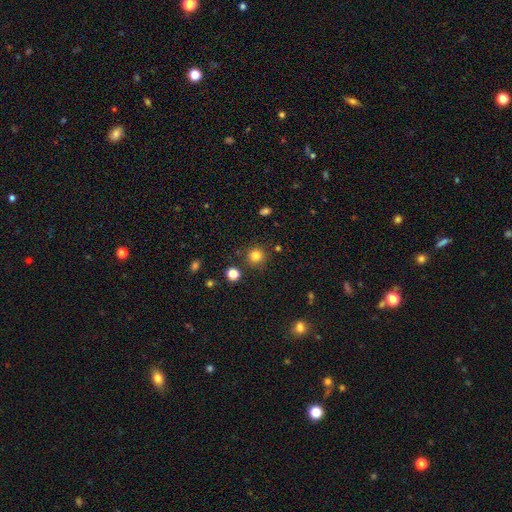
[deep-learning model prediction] smooth-or-featured: smooth: 82% | star or artifact: 13% | featured or disk: 5%
  how-rounded: round: 93% | in between: 6% | cigar-shaped: 1%
  merging: none: 86% | minor disturbance: 7% | merger: 4% | major disturbance: 3%